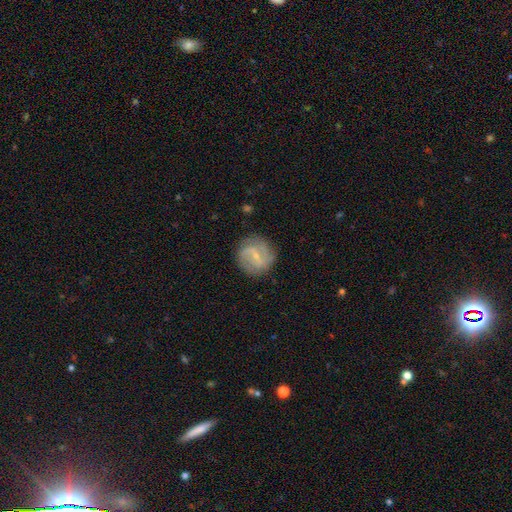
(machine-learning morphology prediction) smooth-or-featured: featured or disk: 75% | smooth: 19% | star or artifact: 6%
  disk-edge-on: no: 98% | yes: 2%
    bar: weak: 55% | no: 27% | strong: 18%
    has-spiral-arms: yes: 92% | no: 8%
      spiral-winding: medium: 47% | tight: 30% | loose: 23%
      spiral-arm-count: 2: 72% | can't tell: 12% | 3: 8% | 1: 3% | 4: 2% | more than 4: 2%
    bulge-size: small: 74% | moderate: 20% | none: 4% | large: 1% | dominant: 1%
  merging: none: 81% | minor disturbance: 13% | major disturbance: 4% | merger: 1%